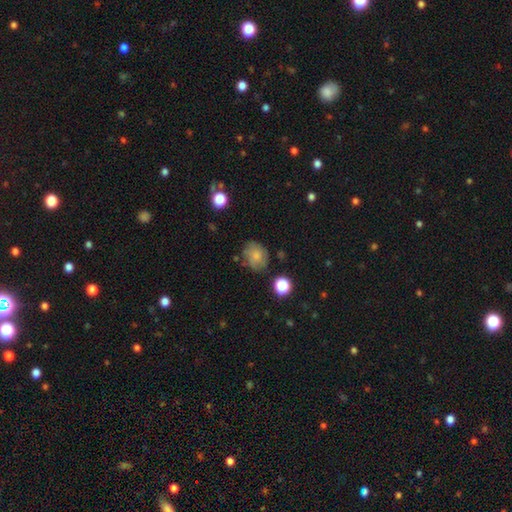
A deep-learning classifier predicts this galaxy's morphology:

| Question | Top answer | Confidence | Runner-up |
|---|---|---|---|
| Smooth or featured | smooth | 73% | featured or disk (16%) |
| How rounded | round | 56% | in between (43%) |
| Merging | none | 68% | minor disturbance (21%) |